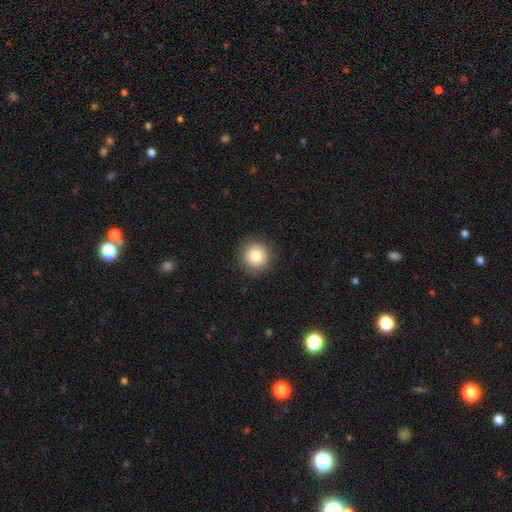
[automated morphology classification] Smooth or featured? smooth (85%)
How rounded? round (95%)
Merging? none (91%)